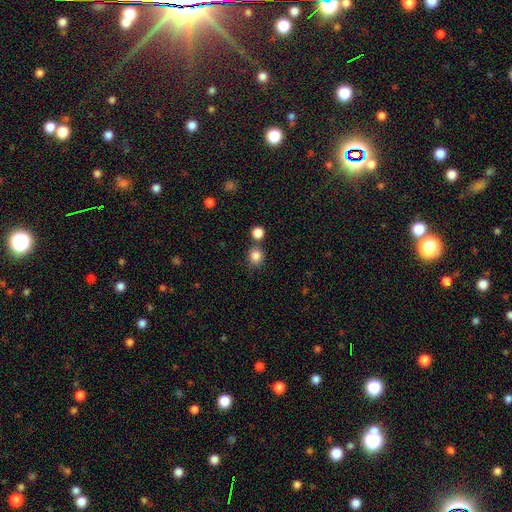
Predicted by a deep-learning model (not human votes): Q: Smooth or featured?
A: smooth (85%); runner-up: star or artifact (11%)
Q: How rounded?
A: round (86%); runner-up: in between (13%)
Q: Merging?
A: none (72%); runner-up: merger (15%)